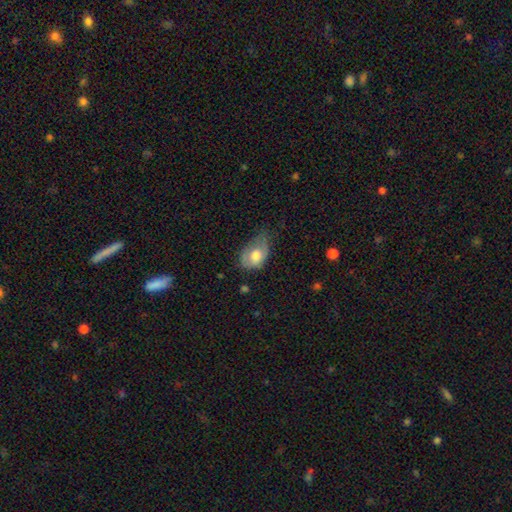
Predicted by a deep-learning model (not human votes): This appears to be a smooth galaxy with no disk features (70%) that is in between round and cigar-shaped (82%). Merging: minor disturbance (44%).